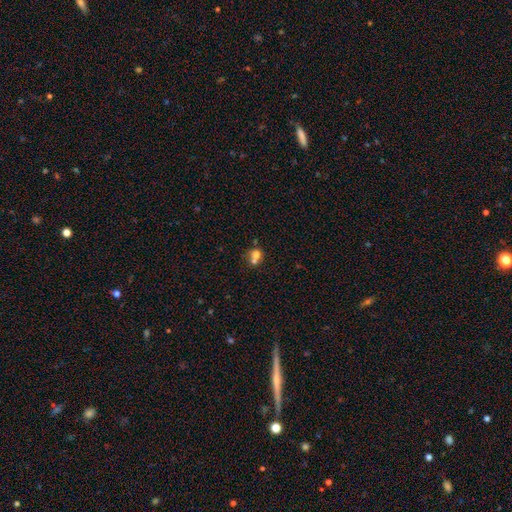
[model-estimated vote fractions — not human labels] Smooth or featured? smooth (68%)
How rounded? round (78%)
Merging? merger (58%)